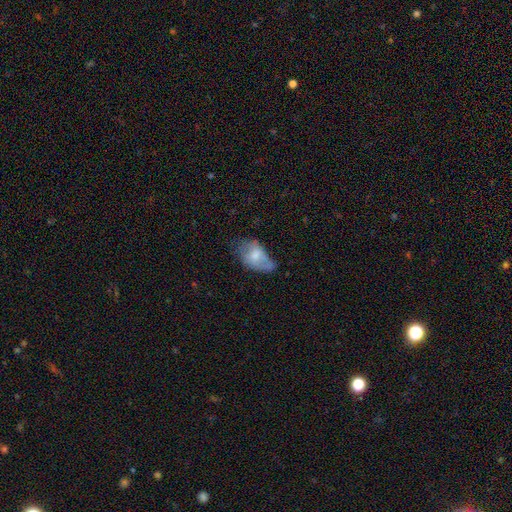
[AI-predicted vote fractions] This appears to be a smooth galaxy with no disk features (62%) that is in between round and cigar-shaped (89%). Merging: minor disturbance (39%).